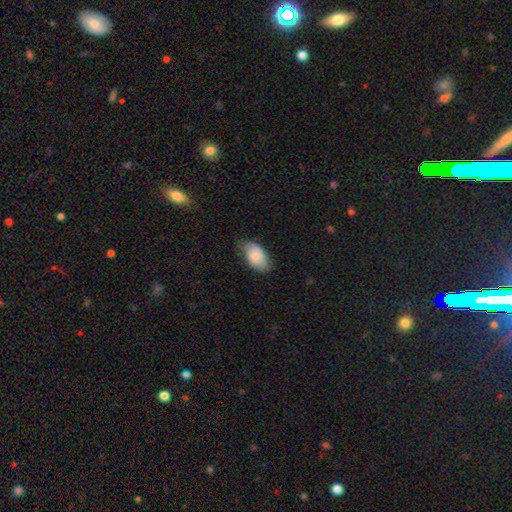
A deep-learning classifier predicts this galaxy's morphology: A smooth galaxy with no disk features (77%) that is in between round and cigar-shaped (93%).

Vote fractions:
- Smooth or featured? smooth: 77% / featured or disk: 17% / star or artifact: 6%
- How rounded? in between: 93% / round: 5% / cigar-shaped: 1%
- Merging? none: 65% / minor disturbance: 29% / major disturbance: 6% / merger: 1%